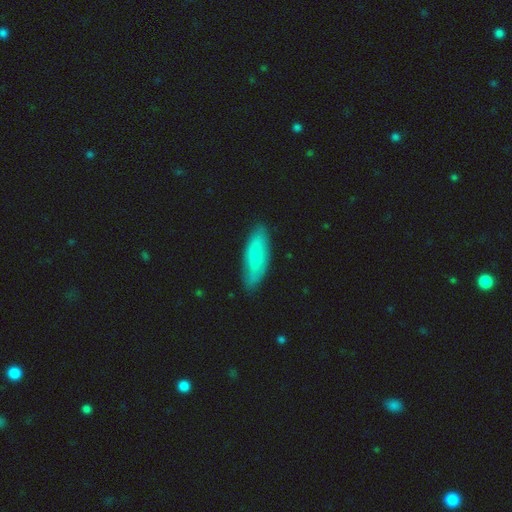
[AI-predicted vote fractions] smooth 65%, featured or disk 29%, star or artifact 6%. Down the decision tree: how rounded — in between (63%); merging — none (81%).